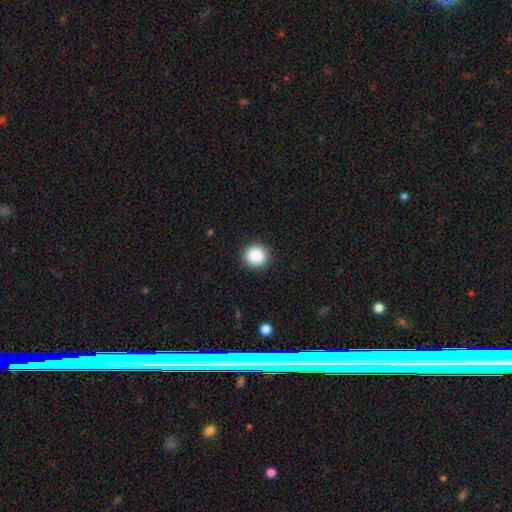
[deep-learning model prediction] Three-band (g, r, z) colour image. It shows a smooth galaxy with no disk features (88%) that is round (92%). Merging: none (89%).